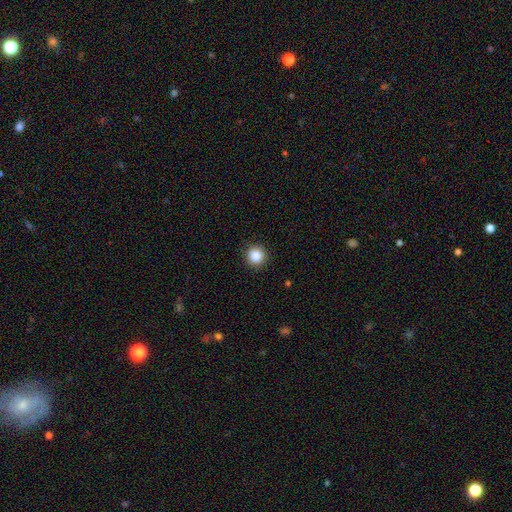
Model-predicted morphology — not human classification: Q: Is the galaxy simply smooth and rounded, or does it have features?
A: smooth — 87%.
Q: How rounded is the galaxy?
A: round — 94%.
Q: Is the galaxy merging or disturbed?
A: none — 92%.